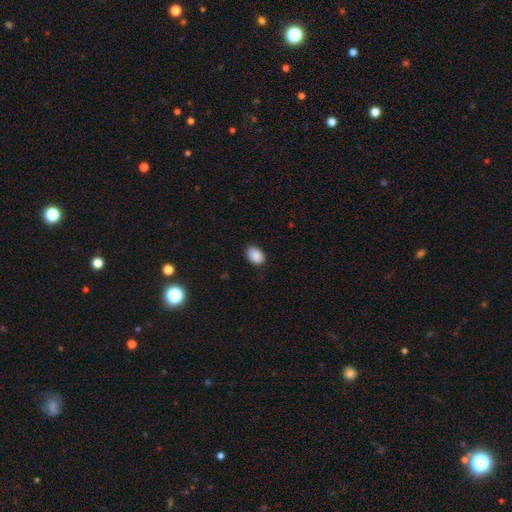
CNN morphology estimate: This is clearly a smooth galaxy (89%). How rounded: clearly in between (83%). Merging: clearly none (83%).